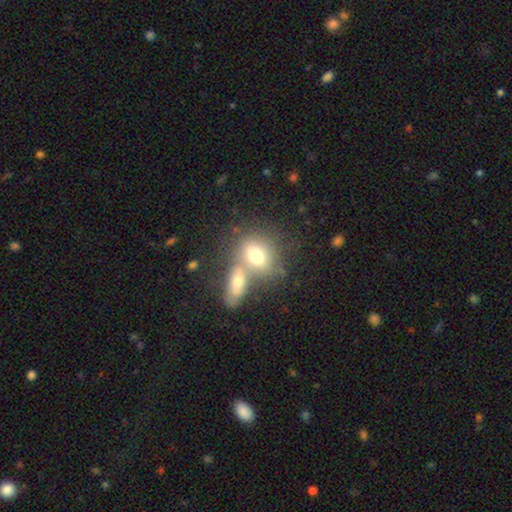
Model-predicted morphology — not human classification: This is likely a smooth galaxy (70%). How rounded: possibly in between (52%). Merging: possibly merger (49%).